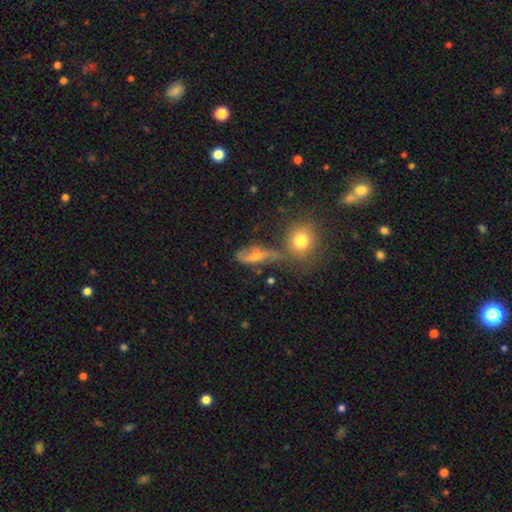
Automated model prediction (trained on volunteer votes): featured or disk 45%, smooth 41%, star or artifact 14%. Down the decision tree: merging — none (44%).